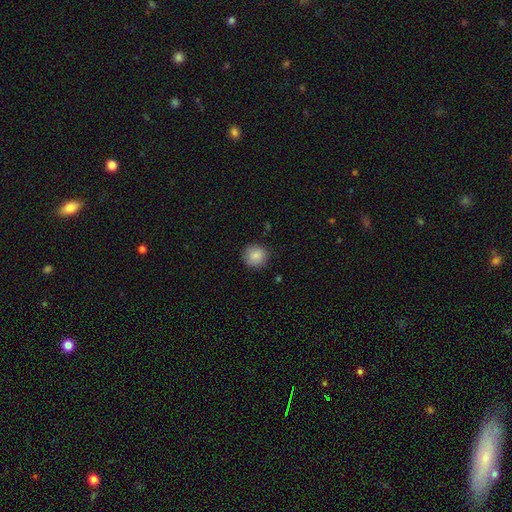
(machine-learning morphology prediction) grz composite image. It shows a smooth galaxy with no disk features (86%) that is round (92%). Merging: none (87%).